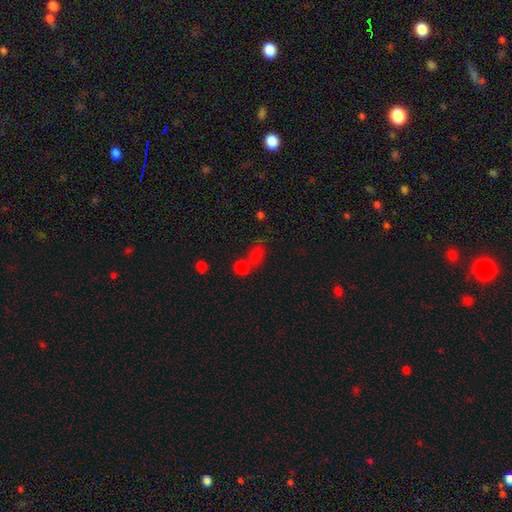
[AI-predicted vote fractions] Q: Smooth or featured?
A: smooth (73%); runner-up: star or artifact (19%)
Q: How rounded?
A: in between (71%); runner-up: round (26%)
Q: Merging?
A: none (41%); runner-up: merger (38%)